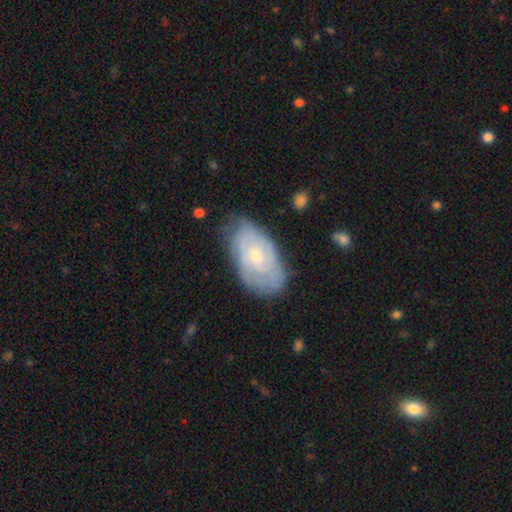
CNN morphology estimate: Smooth or featured: featured or disk — 63% (smooth — 31%)
Edge-on disk: no — 95% (yes — 5%)
Bar: no — 75% (weak — 22%)
Spiral arms: yes — 74% (no — 26%)
Bulge size: small — 52% (moderate — 43%)
Merging: none — 63% (minor disturbance — 28%)